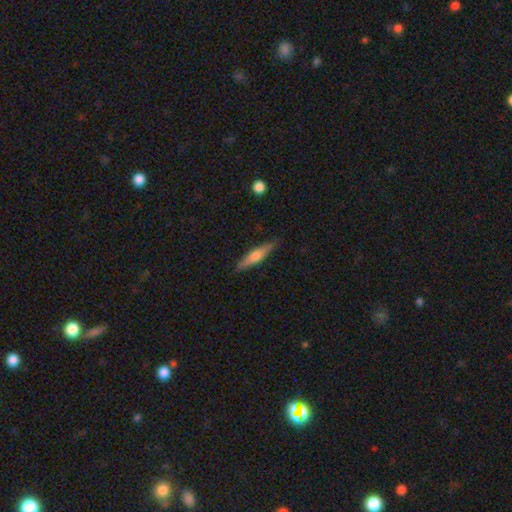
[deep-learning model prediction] Smooth or featured? featured or disk (51%)
Edge-on disk? yes (95%)
Merging? none (87%)